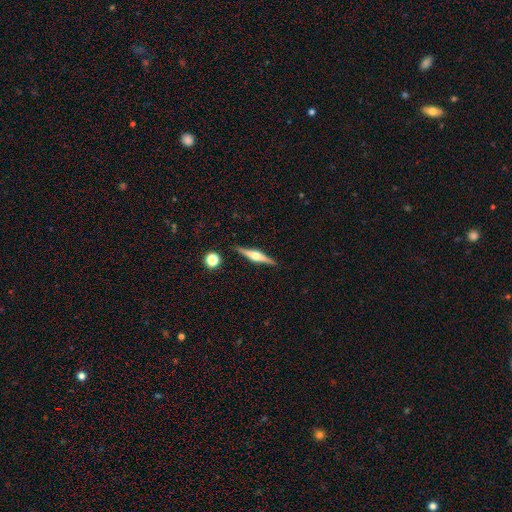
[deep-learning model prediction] smooth-or-featured: featured or disk: 76% | smooth: 18% | star or artifact: 6%
  disk-edge-on: yes: 98% | no: 2%
    edge-on-bulge: rounded: 91% | boxy: 7% | none: 2%
  merging: none: 89% | minor disturbance: 8% | merger: 2% | major disturbance: 2%